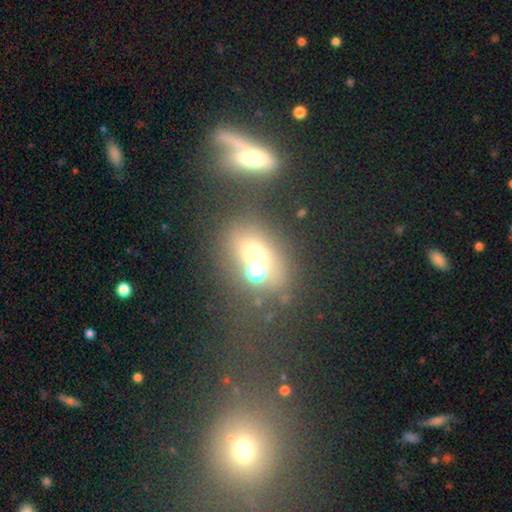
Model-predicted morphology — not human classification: Smooth or featured? smooth (50%)
How rounded? round (53%)
Merging? none (53%)